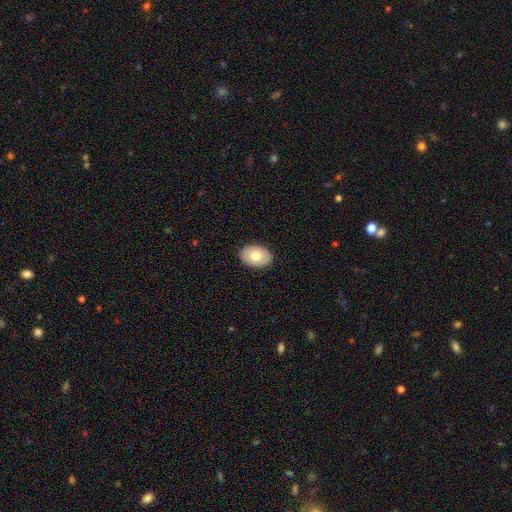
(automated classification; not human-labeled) smooth_or_featured: smooth (p=0.71) [alt: featured or disk p=0.23]
how_rounded: in between (p=0.81) [alt: round p=0.18]
merging: none (p=0.89) [alt: minor disturbance p=0.08]